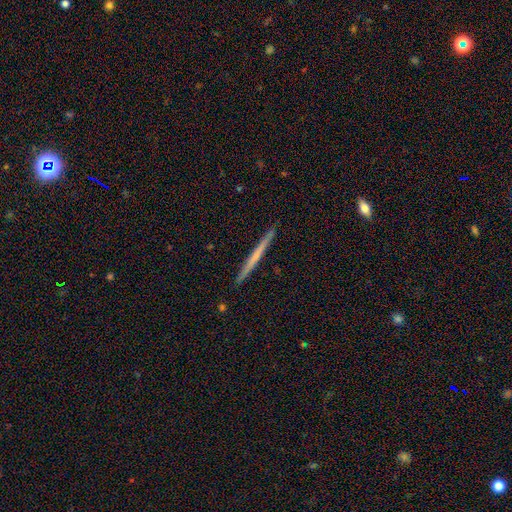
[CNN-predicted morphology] Smooth or featured?
  - featured or disk: 50% *
  - smooth: 45%
  - star or artifact: 5%
Merging?
  - none: 92% *
  - minor disturbance: 5%
  - major disturbance: 1%
  - merger: 1%